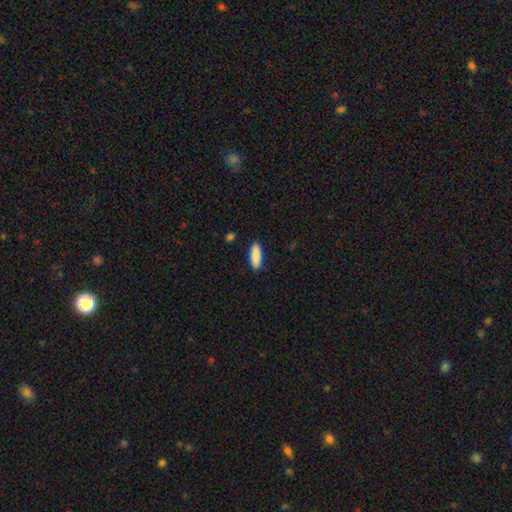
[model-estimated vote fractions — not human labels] This is clearly a smooth galaxy (89%). How rounded: possibly in between (57%). Merging: clearly none (87%).